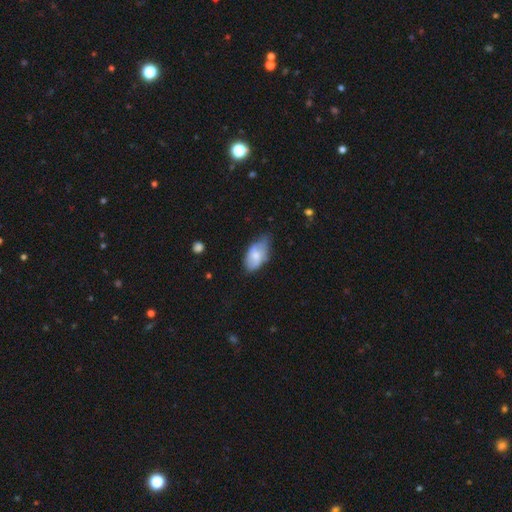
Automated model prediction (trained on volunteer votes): Smooth or featured? Predicted: smooth (p=0.66). How rounded? Predicted: in between (p=0.93). Merging? Predicted: minor disturbance (p=0.46).